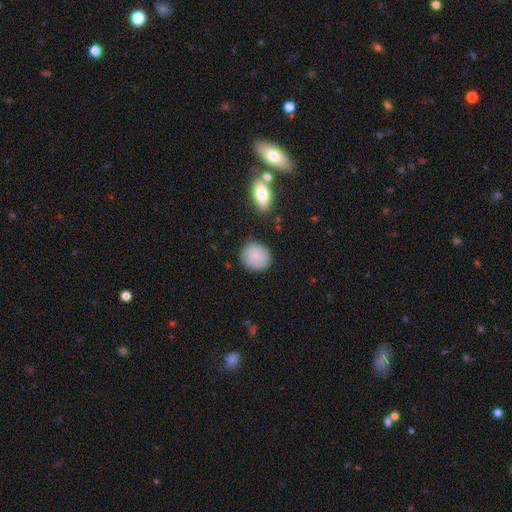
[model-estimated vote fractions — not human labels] This appears to be a smooth galaxy with no disk features (75%) that is round (80%). Merging: none (80%).